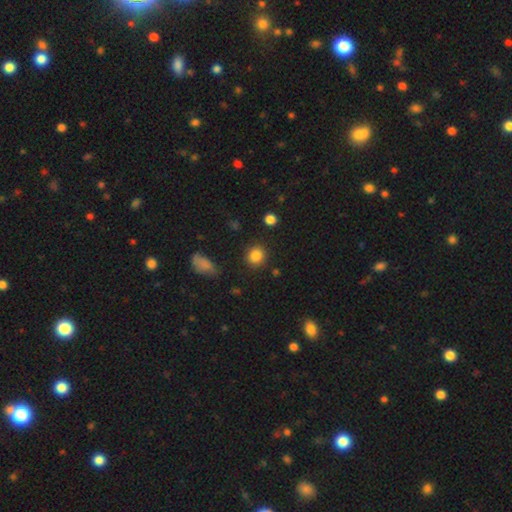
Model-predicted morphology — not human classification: type=smooth (85%); roundness=round (87%); merging=none (88%).